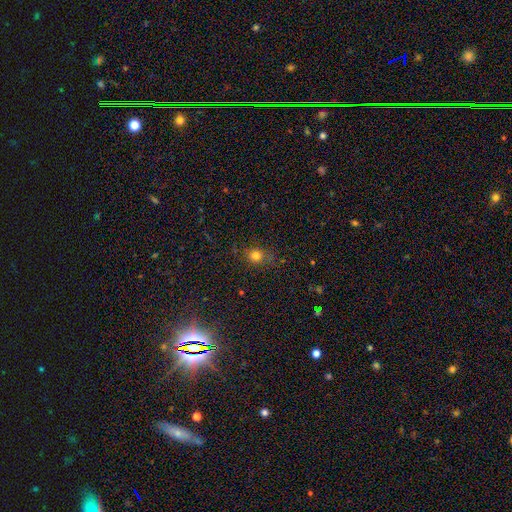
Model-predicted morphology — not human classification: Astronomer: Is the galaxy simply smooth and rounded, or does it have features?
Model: smooth — 78%.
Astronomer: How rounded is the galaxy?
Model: round — 79%.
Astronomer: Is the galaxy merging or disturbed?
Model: none — 77%.